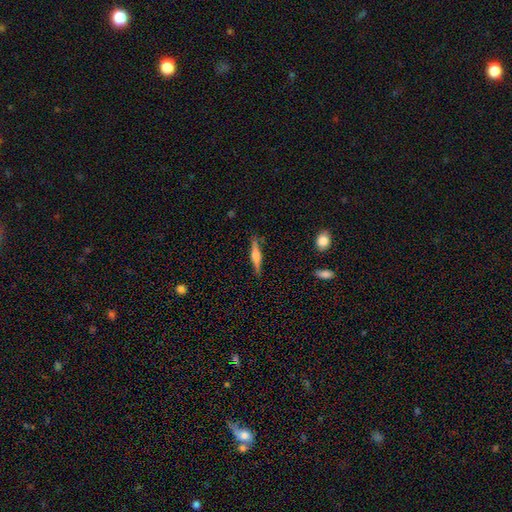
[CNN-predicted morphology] Smooth or featured?
  - featured or disk: 54% *
  - smooth: 39%
  - star or artifact: 7%
Edge-on disk?
  - yes: 97% *
  - no: 3%
Edge-on bulge?
  - rounded: 73% *
  - boxy: 19%
  - none: 7%
Merging?
  - none: 86% *
  - minor disturbance: 10%
  - major disturbance: 2%
  - merger: 2%